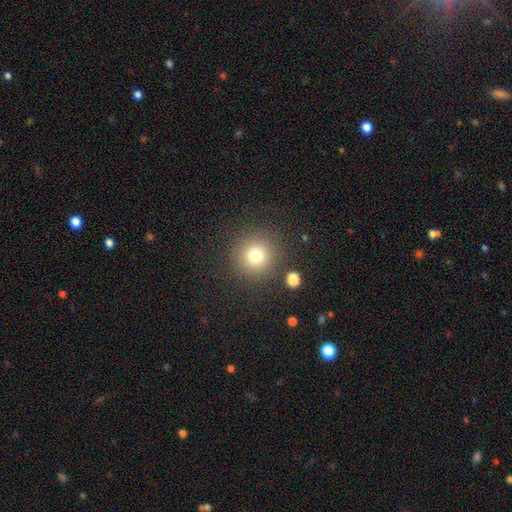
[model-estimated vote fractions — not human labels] smooth-or-featured: smooth: 76% | star or artifact: 15% | featured or disk: 9%
  how-rounded: round: 95% | in between: 4% | cigar-shaped: 1%
  merging: none: 86% | minor disturbance: 7% | major disturbance: 3% | merger: 3%